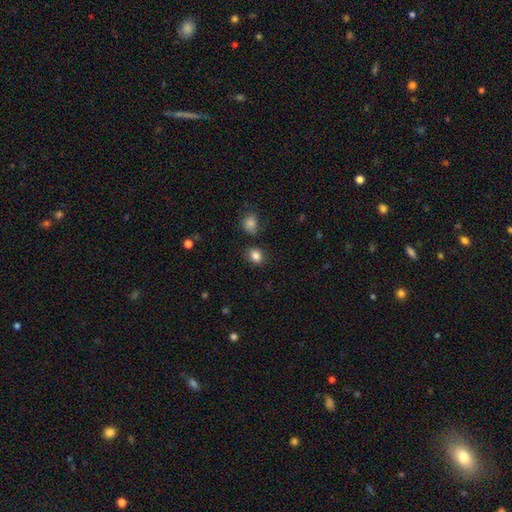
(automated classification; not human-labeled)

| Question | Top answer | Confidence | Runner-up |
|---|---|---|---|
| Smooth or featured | smooth | 84% | star or artifact (11%) |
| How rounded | round | 53% | in between (46%) |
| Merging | none | 80% | minor disturbance (12%) |